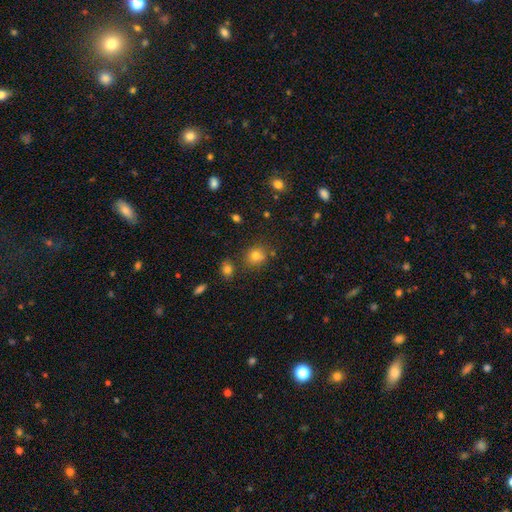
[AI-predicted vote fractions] This appears to be a smooth galaxy with no disk features (75%) that is round (75%). Merging: none (73%).